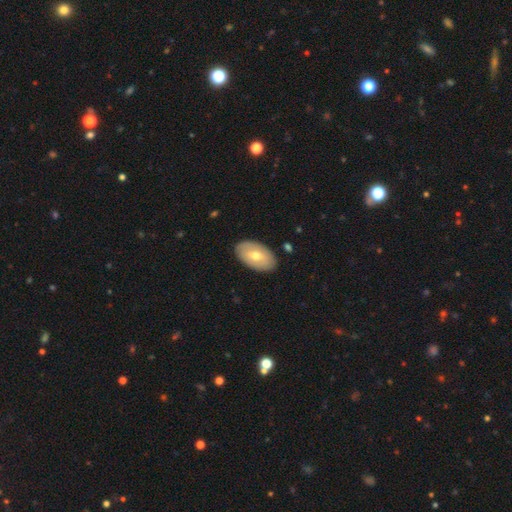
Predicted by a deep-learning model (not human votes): Overall: smooth (58%; featured or disk 37%). How rounded: in between (93%). Merging: none (87%).